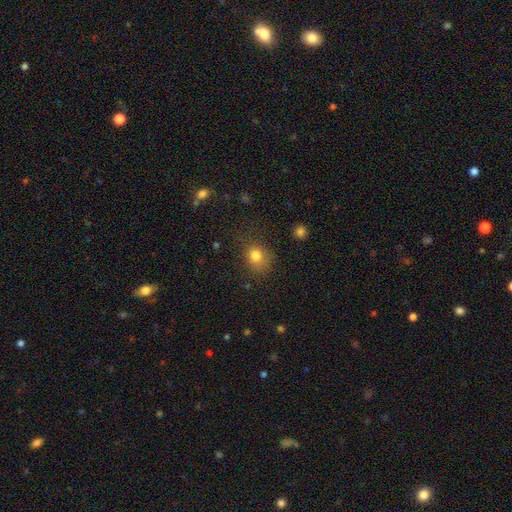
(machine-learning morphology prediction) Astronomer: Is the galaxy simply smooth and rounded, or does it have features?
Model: smooth — 80%.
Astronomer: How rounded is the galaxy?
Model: round — 66%.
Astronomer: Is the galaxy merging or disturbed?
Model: none — 69%.